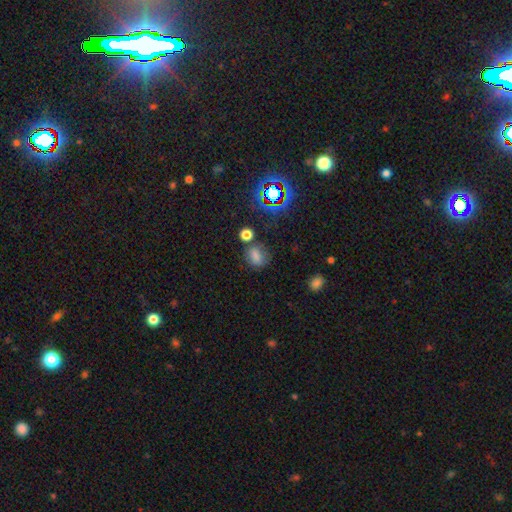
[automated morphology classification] Smooth or featured?
  - smooth: 68% *
  - star or artifact: 22%
  - featured or disk: 10%
How rounded?
  - in between: 55% *
  - round: 43%
  - cigar-shaped: 2%
Merging?
  - none: 61% *
  - minor disturbance: 19%
  - merger: 10%
  - major disturbance: 9%